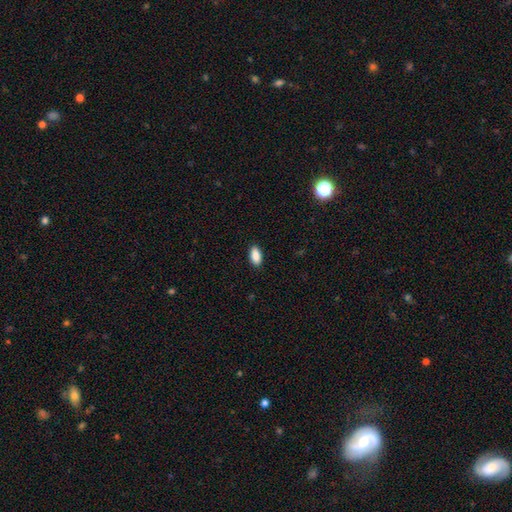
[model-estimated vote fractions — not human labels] smooth-or-featured: smooth: 90% | star or artifact: 7% | featured or disk: 4%
  how-rounded: in between: 91% | cigar-shaped: 6% | round: 3%
  merging: none: 90% | minor disturbance: 7% | major disturbance: 2% | merger: 1%